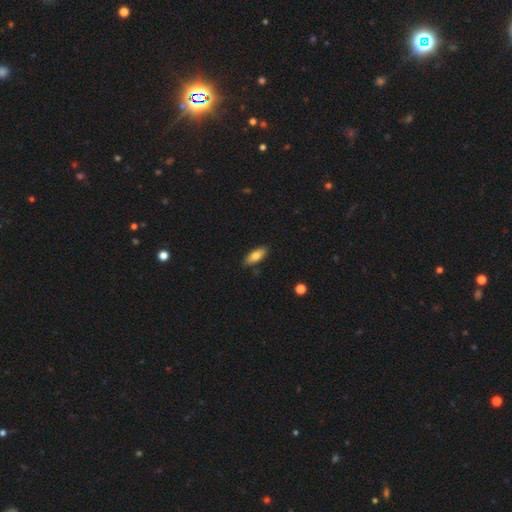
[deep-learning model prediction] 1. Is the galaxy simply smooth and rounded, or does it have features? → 78% smooth, 16% featured or disk, 7% star or artifact.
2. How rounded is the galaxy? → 77% in between, 20% cigar-shaped, 2% round.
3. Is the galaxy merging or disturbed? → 85% none, 11% minor disturbance, 2% major disturbance, 2% merger.